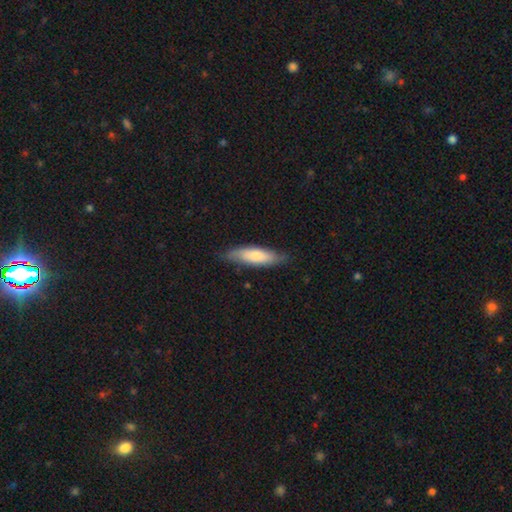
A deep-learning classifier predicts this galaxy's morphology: smooth 73%, featured or disk 22%, star or artifact 5%. Down the decision tree: how rounded — cigar-shaped (59%); merging — none (76%).